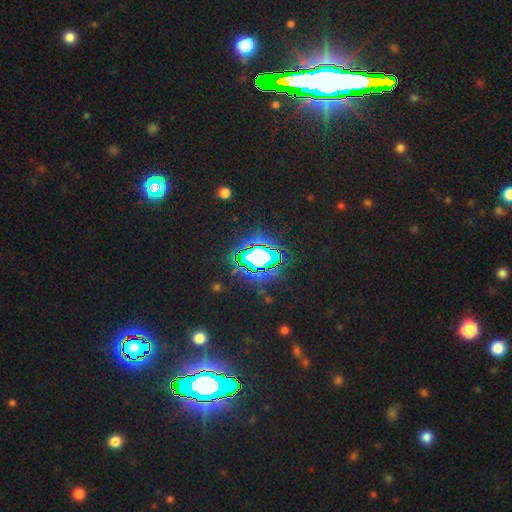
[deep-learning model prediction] A star or artifact, not a galaxy (78%).

Vote fractions:
- Smooth or featured? star or artifact: 78% / smooth: 12% / featured or disk: 10%